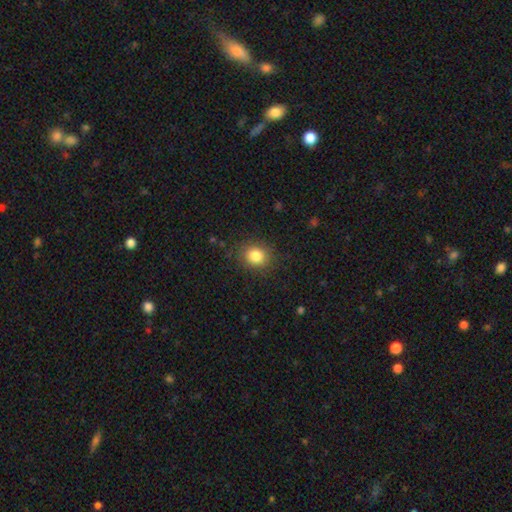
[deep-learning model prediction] smooth_or_featured: smooth (p=0.84) [alt: star or artifact p=0.10]
how_rounded: round (p=0.68) [alt: in between p=0.31]
merging: none (p=0.86) [alt: minor disturbance p=0.09]